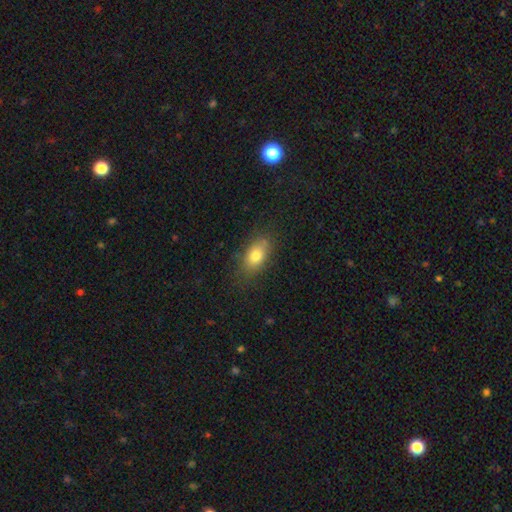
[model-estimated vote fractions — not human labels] Overall: smooth (78%). How rounded: in between (85%). Merging: none (77%).